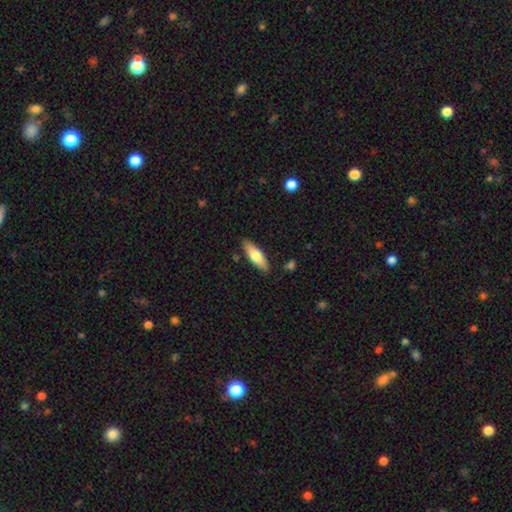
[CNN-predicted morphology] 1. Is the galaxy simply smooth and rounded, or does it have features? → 69% smooth, 26% featured or disk, 6% star or artifact.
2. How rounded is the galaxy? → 56% in between, 42% cigar-shaped, 2% round.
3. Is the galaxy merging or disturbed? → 85% none, 11% minor disturbance, 2% major disturbance, 2% merger.